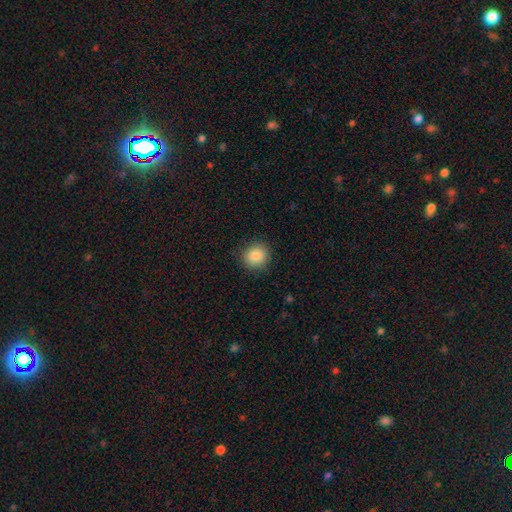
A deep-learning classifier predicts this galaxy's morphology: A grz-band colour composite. It shows a smooth galaxy with no disk features (88%) that is round (85%). Merging: none (88%).